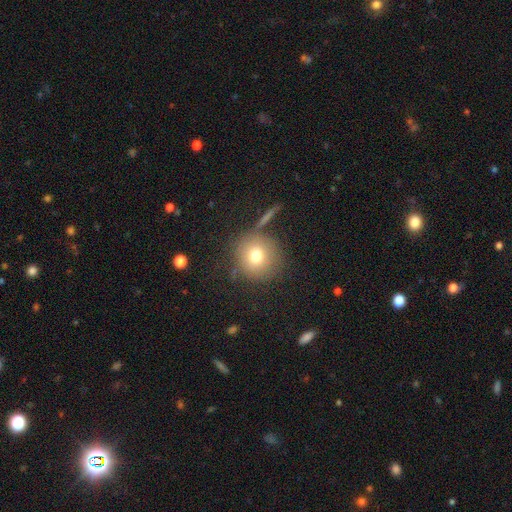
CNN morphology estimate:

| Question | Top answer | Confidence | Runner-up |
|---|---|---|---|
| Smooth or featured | smooth | 73% | featured or disk (14%) |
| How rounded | round | 92% | in between (7%) |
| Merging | none | 76% | minor disturbance (11%) |